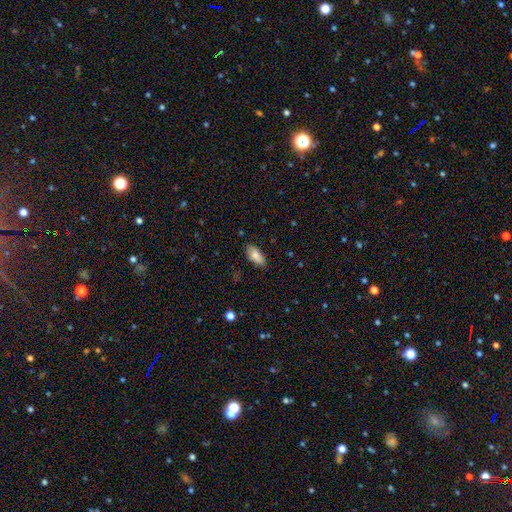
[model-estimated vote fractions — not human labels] A smooth galaxy with no disk features (82%) that is in between round and cigar-shaped (88%). Merging: none (83%).